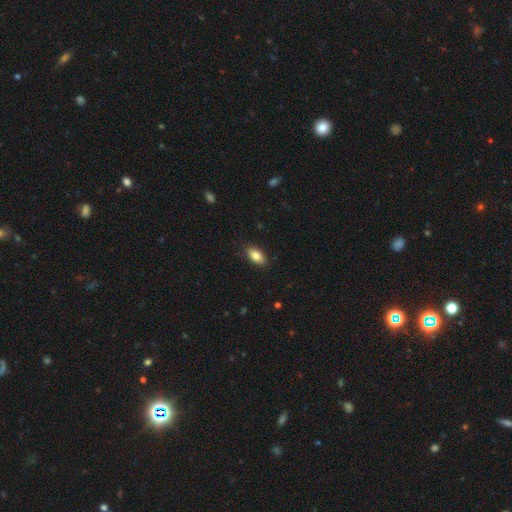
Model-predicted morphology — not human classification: This is clearly a smooth galaxy (84%). How rounded: clearly in between (91%). Merging: clearly none (85%).